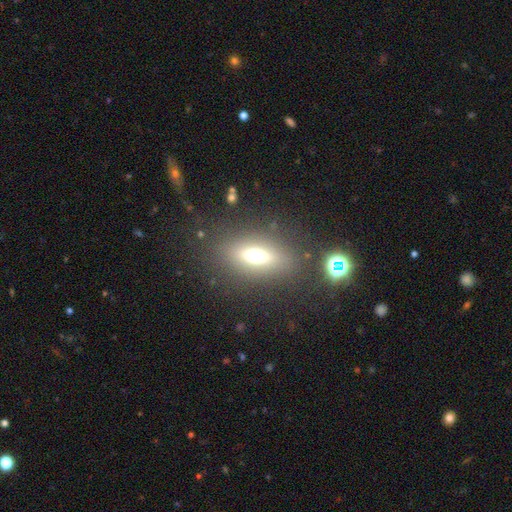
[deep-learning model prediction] Smooth or featured?
  - smooth: 54% *
  - featured or disk: 27%
  - star or artifact: 19%
How rounded?
  - in between: 69% *
  - round: 17%
  - cigar-shaped: 14%
Merging?
  - none: 82% *
  - minor disturbance: 9%
  - major disturbance: 6%
  - merger: 3%